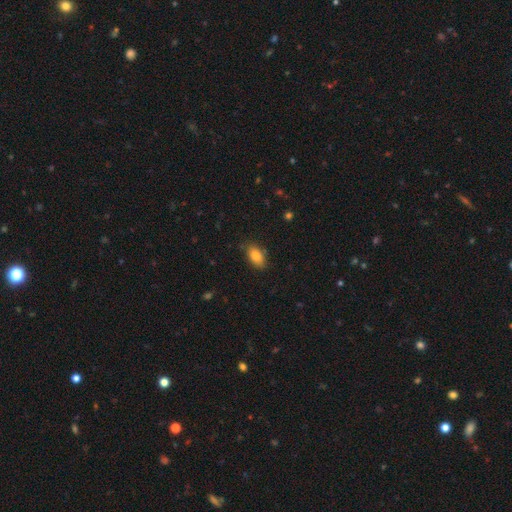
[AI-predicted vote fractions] A smooth galaxy with no disk features (82%) that is in between round and cigar-shaped (89%).

Vote fractions:
- Smooth or featured? smooth: 82% / featured or disk: 10% / star or artifact: 8%
- How rounded? in between: 89% / round: 7% / cigar-shaped: 3%
- Merging? none: 80% / minor disturbance: 16% / major disturbance: 3% / merger: 1%